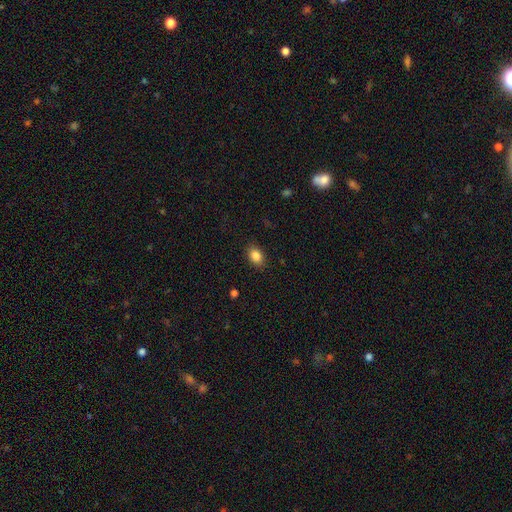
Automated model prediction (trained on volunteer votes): smooth-or-featured: smooth: 85% | star or artifact: 9% | featured or disk: 5%
  how-rounded: in between: 77% | round: 22% | cigar-shaped: 1%
  merging: none: 87% | minor disturbance: 10% | major disturbance: 3% | merger: 1%